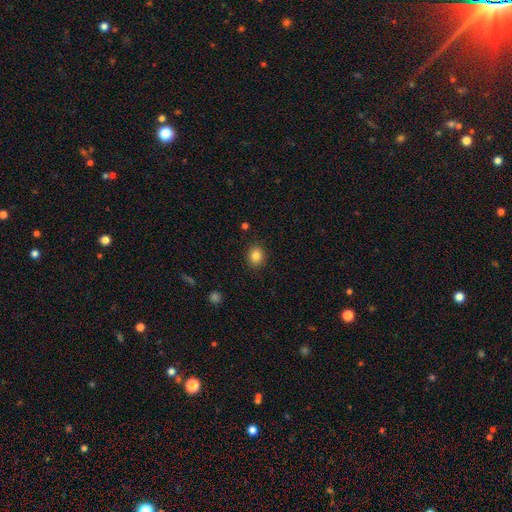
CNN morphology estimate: Smooth or featured?
  - smooth: 84% *
  - star or artifact: 11%
  - featured or disk: 5%
How rounded?
  - round: 72% *
  - in between: 27%
  - cigar-shaped: 1%
Merging?
  - none: 89% *
  - minor disturbance: 7%
  - major disturbance: 2%
  - merger: 1%